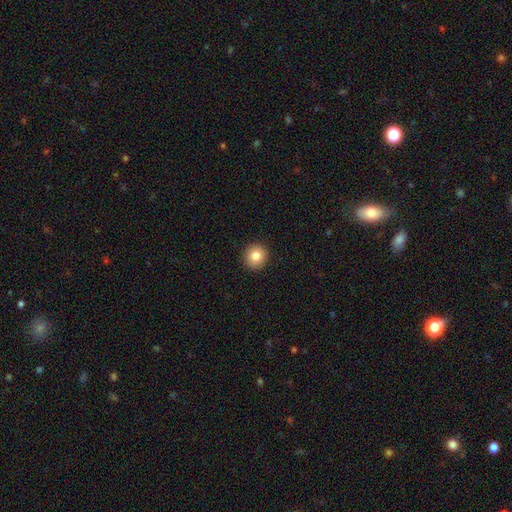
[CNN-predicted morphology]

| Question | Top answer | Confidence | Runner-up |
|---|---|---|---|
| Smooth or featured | smooth | 83% | star or artifact (9%) |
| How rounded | round | 93% | in between (6%) |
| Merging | none | 93% | minor disturbance (4%) |